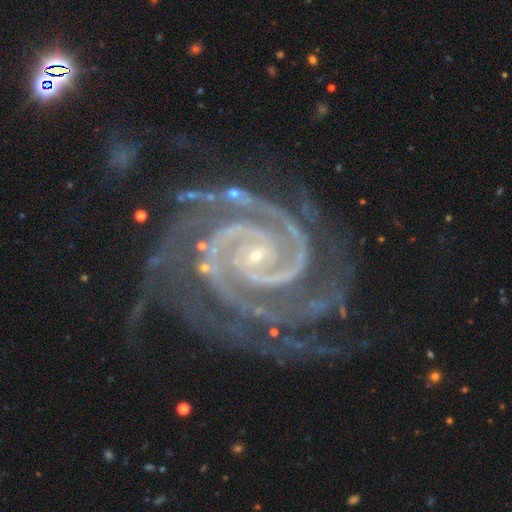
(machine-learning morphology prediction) Smooth or featured: featured or disk — 94% (star or artifact — 4%)
Edge-on disk: no — 98% (yes — 2%)
Bar: no — 64% (weak — 21%)
Spiral arms: yes — 99% (no — 1%)
Spiral winding: tight — 80% (medium — 18%)
Spiral arm count: 2 — 61% (3 — 15%)
Bulge size: small — 87% (moderate — 8%)
Merging: none — 65% (minor disturbance — 21%)